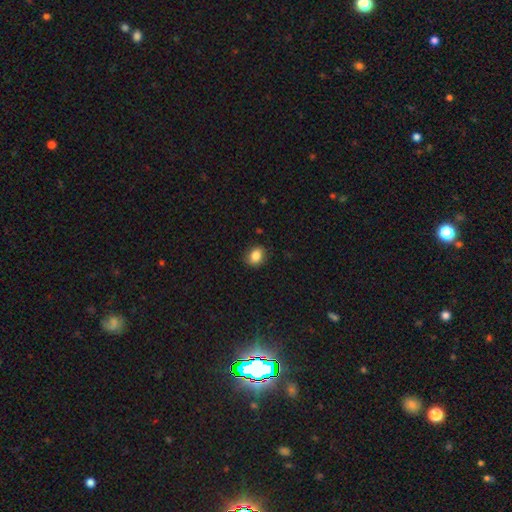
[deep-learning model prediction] smooth 85%, star or artifact 9%, featured or disk 5%. Down the decision tree: how rounded — in between (56%); merging — none (83%).